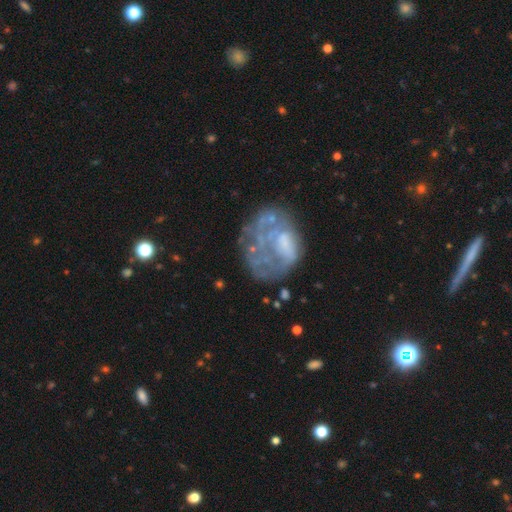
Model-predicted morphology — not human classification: This is likely a featured or disk galaxy (60%). It is clearly not viewed edge-on (98%). Bar: clearly no (85%). Spiral arm pattern: clearly no (82%). Central bulge: possibly none (58%). Merging: marginally none (41%).